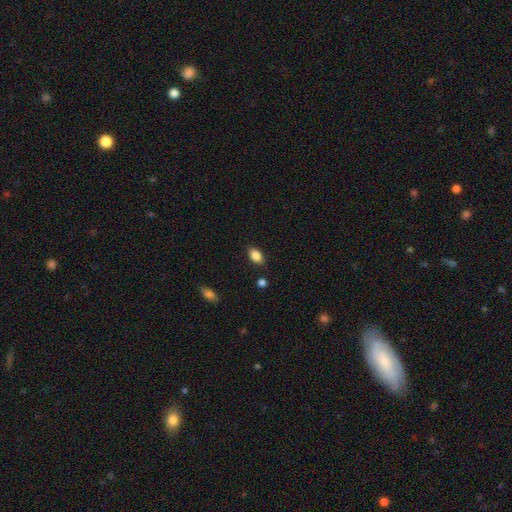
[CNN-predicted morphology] smooth_or_featured: smooth (p=0.86) [alt: star or artifact p=0.09]
how_rounded: in between (p=0.87) [alt: round p=0.11]
merging: none (p=0.85) [alt: minor disturbance p=0.11]